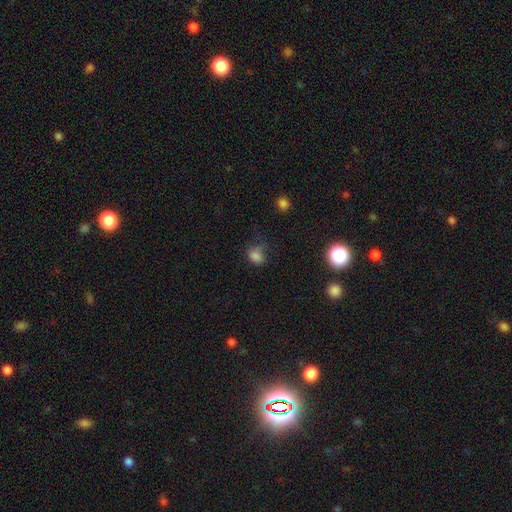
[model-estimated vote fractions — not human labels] Smooth or featured? smooth (76%)
How rounded? in between (64%)
Merging? none (47%)